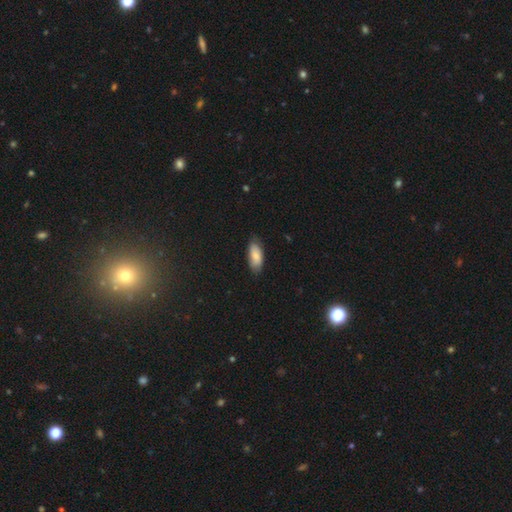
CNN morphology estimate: A smooth galaxy with no disk features (83%) that is in between round and cigar-shaped (85%).

Vote fractions:
- Smooth or featured? smooth: 83% / featured or disk: 11% / star or artifact: 6%
- How rounded? in between: 85% / cigar-shaped: 13% / round: 2%
- Merging? none: 76% / minor disturbance: 20% / major disturbance: 3% / merger: 1%